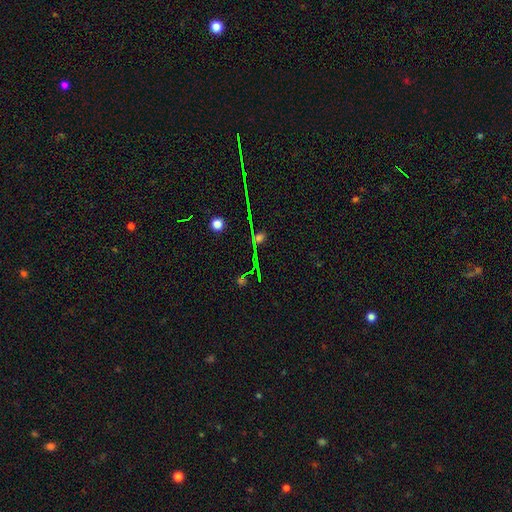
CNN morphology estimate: This is likely a star or artifact rather than a galaxy (66%).